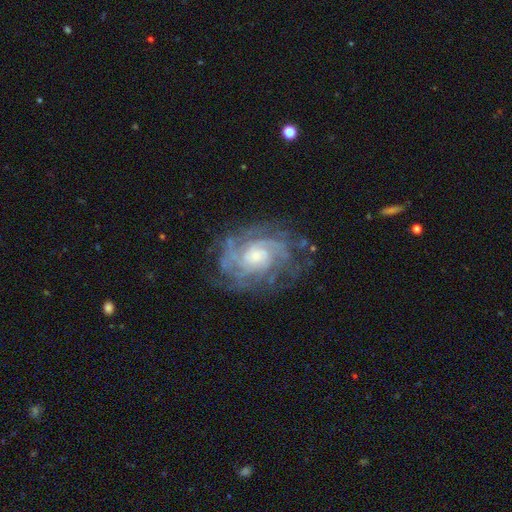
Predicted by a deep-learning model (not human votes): Q: Smooth or featured?
A: featured or disk (87%); runner-up: star or artifact (6%)
Q: Edge-on disk?
A: no (97%); runner-up: yes (3%)
Q: Bar?
A: no (70%); runner-up: weak (25%)
Q: Spiral arms?
A: yes (96%); runner-up: no (4%)
Q: Spiral winding?
A: tight (67%); runner-up: medium (27%)
Q: Spiral arm count?
A: can't tell (35%); runner-up: 2 (17%)
Q: Bulge size?
A: small (50%); runner-up: moderate (40%)
Q: Merging?
A: none (72%); runner-up: minor disturbance (18%)